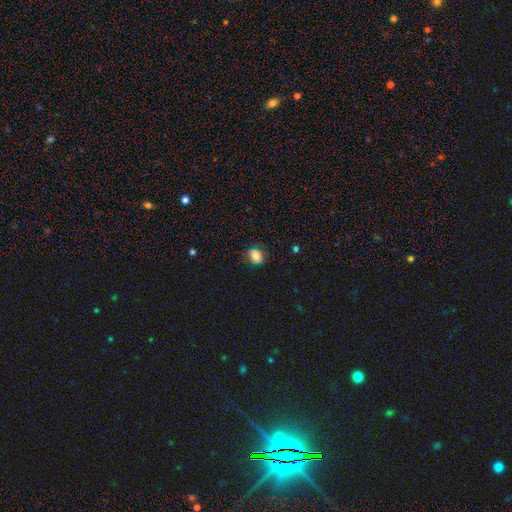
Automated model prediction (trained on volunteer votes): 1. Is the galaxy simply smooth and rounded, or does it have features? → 79% smooth, 11% star or artifact, 10% featured or disk.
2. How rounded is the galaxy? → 51% round, 48% in between, 1% cigar-shaped.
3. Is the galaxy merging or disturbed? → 80% none, 15% minor disturbance, 4% major disturbance, 1% merger.